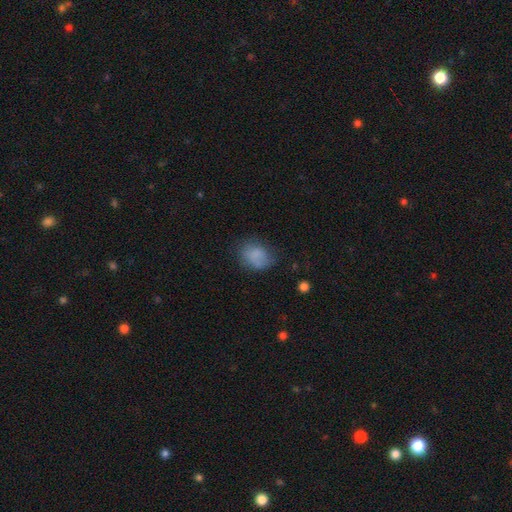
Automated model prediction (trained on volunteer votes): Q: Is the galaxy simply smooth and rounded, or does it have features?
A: smooth — 78%.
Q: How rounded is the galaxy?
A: in between — 55%.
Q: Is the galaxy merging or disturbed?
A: none — 58%.